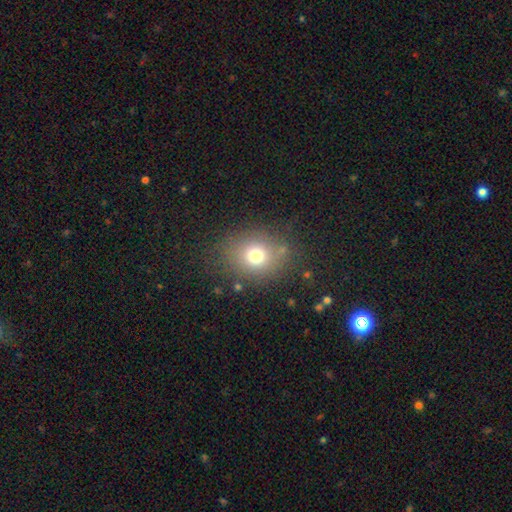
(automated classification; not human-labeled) Smooth or featured? smooth (72%)
How rounded? round (69%)
Merging? none (79%)